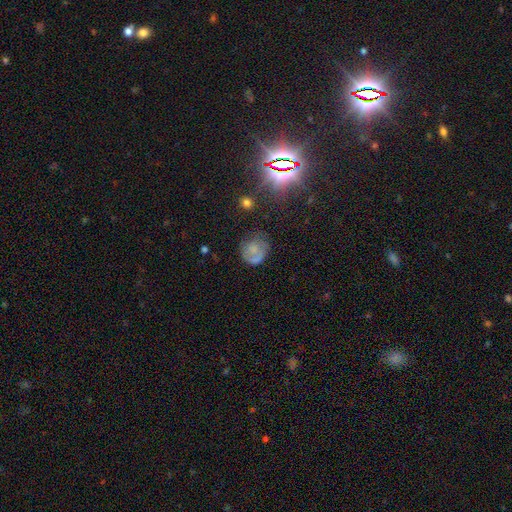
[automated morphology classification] Smooth or featured: smooth — 57% (featured or disk — 31%)
How rounded: round — 77% (in between — 22%)
Merging: none — 50% (minor disturbance — 24%)